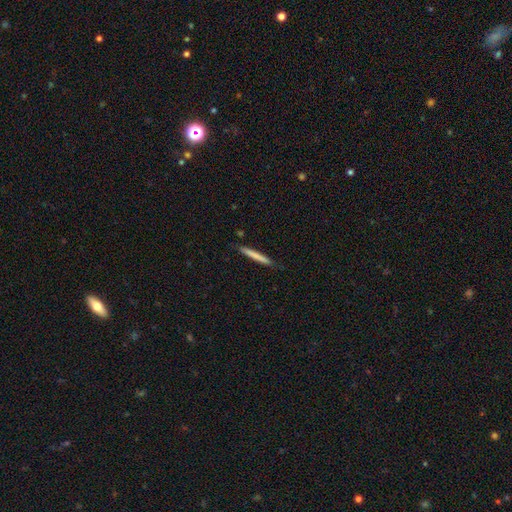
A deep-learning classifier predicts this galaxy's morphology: Smooth or featured? Predicted: smooth (p=0.73). How rounded? Predicted: cigar-shaped (p=0.97). Merging? Predicted: none (p=0.88).